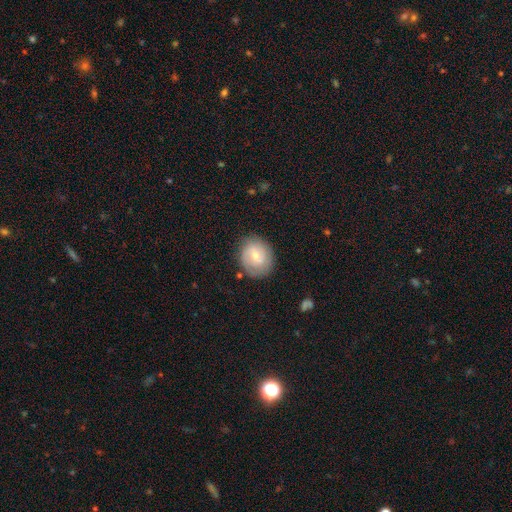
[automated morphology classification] Smooth or featured? smooth (47%)
Merging? none (78%)